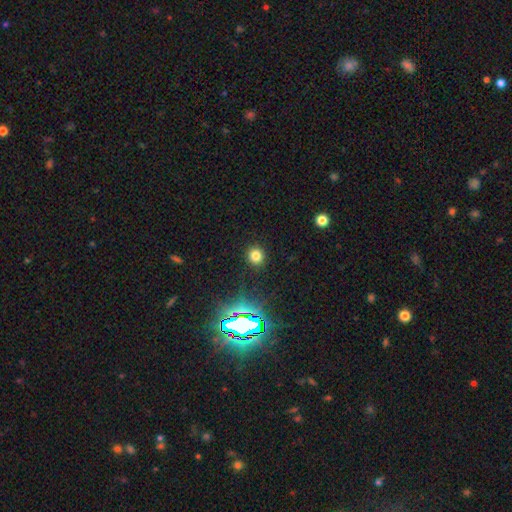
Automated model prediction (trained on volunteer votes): Morphology: type=smooth (75%); roundness=round (89%); merging=none (91%).